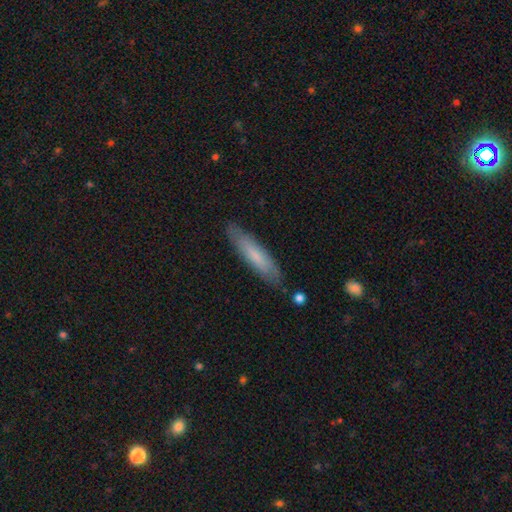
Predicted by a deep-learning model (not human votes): Overall: smooth (67%; featured or disk 27%). How rounded: cigar-shaped (79%). Merging: none (84%).